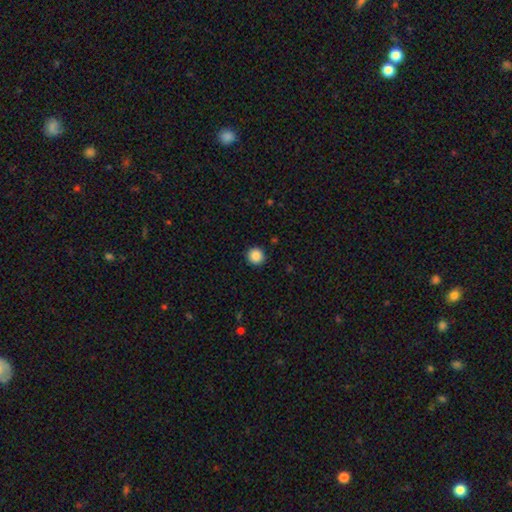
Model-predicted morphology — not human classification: smooth_or_featured: smooth (p=0.88) [alt: star or artifact p=0.10]
how_rounded: round (p=0.95) [alt: in between p=0.05]
merging: none (p=0.92) [alt: minor disturbance p=0.05]